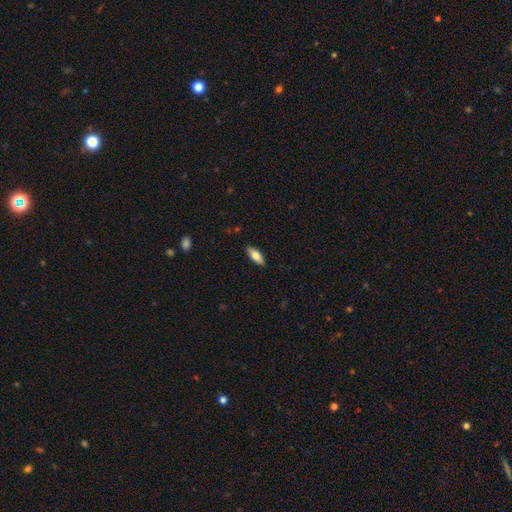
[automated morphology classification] This appears to be a smooth galaxy with no disk features (72%) that is in between round and cigar-shaped (69%). Merging: none (88%).